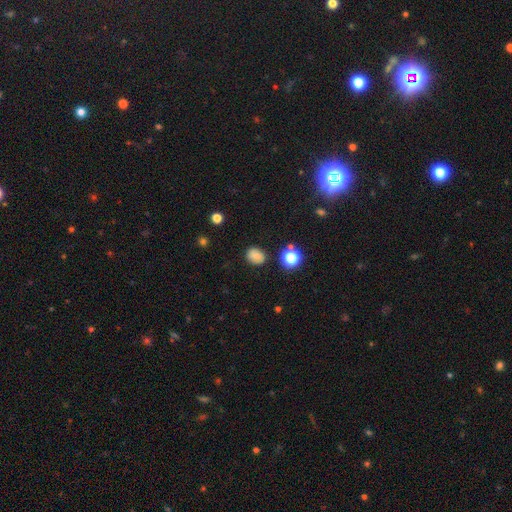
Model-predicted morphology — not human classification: Overall: smooth (78%). How rounded: round (51%; in between 48%). Merging: none (83%).